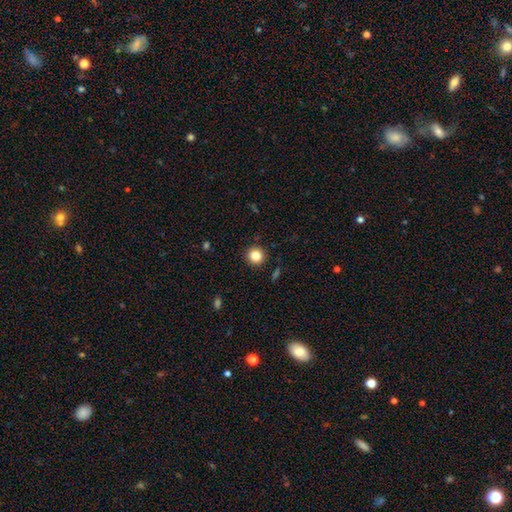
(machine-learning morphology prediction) Smooth or featured?
  - smooth: 84% *
  - star or artifact: 11%
  - featured or disk: 5%
How rounded?
  - round: 94% *
  - in between: 5%
  - cigar-shaped: 1%
Merging?
  - none: 91% *
  - minor disturbance: 6%
  - major disturbance: 2%
  - merger: 1%